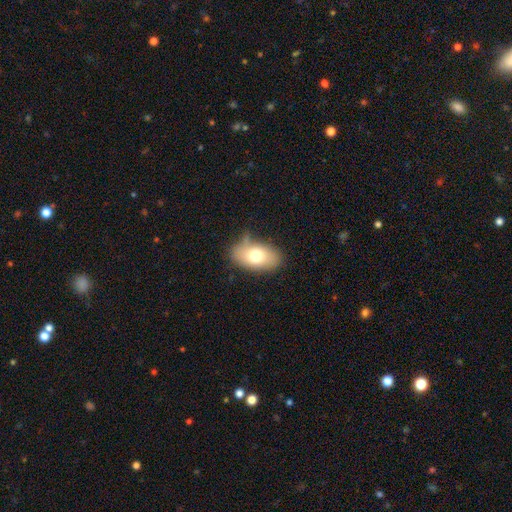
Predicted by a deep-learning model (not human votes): smooth 72%, featured or disk 20%, star or artifact 8%. Down the decision tree: how rounded — in between (90%); merging — none (70%).